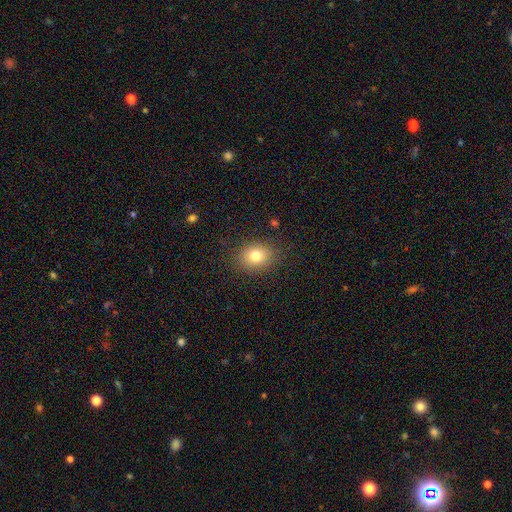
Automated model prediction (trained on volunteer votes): This appears to be a smooth galaxy with no disk features (78%) that is round (50%). Merging: none (85%).